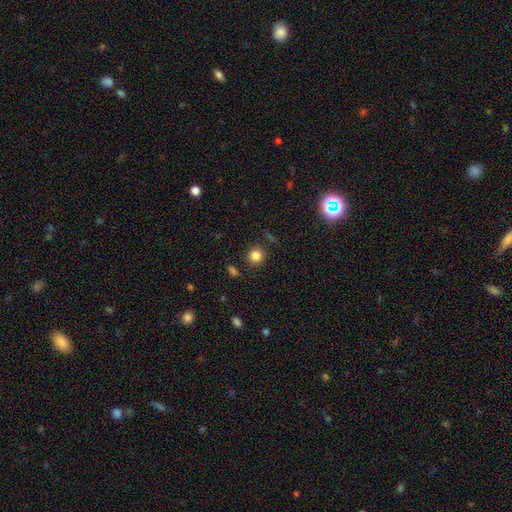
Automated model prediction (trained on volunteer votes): Smooth or featured? smooth (83%)
How rounded? round (89%)
Merging? none (85%)